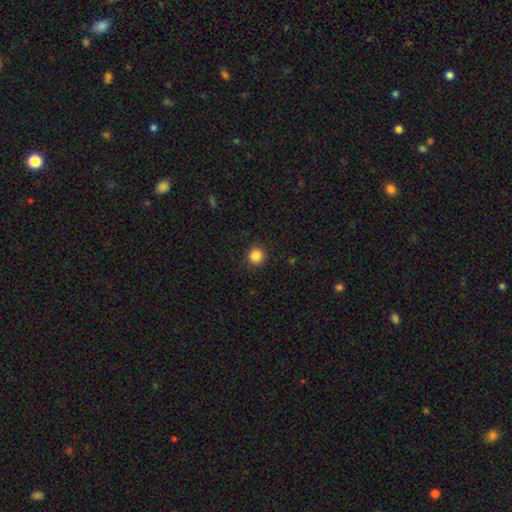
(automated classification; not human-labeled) The model was most divided on "smooth or featured": smooth: 86%, star or artifact: 11%, featured or disk: 3%. More confident: how rounded — round (94%); merging — none (91%).